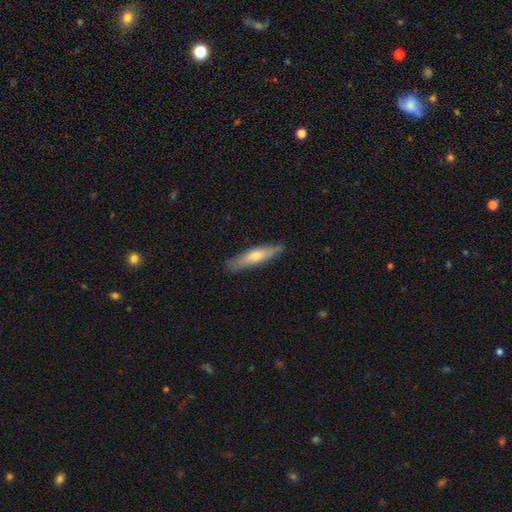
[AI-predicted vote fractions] Smooth or featured? smooth (53%)
How rounded? cigar-shaped (82%)
Merging? none (86%)